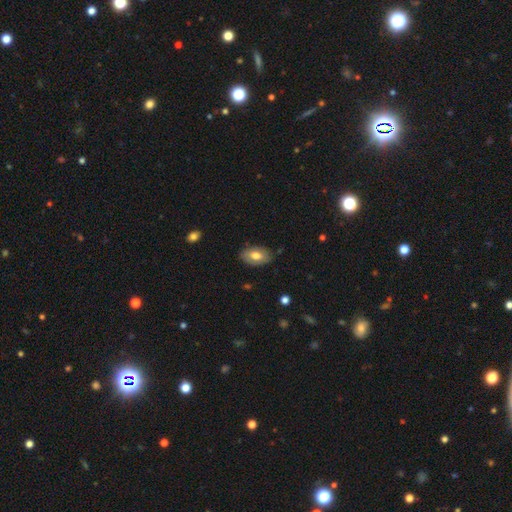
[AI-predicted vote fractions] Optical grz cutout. It shows a smooth galaxy with no disk features (69%) that is in between round and cigar-shaped (92%). Merging: none (81%).